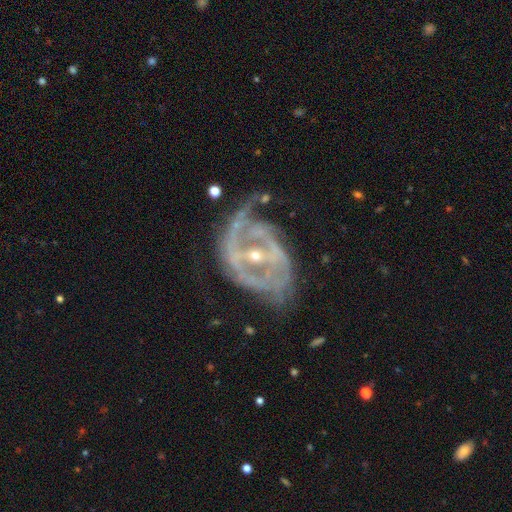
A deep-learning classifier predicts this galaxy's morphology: Smooth or featured? Predicted: featured or disk (p=0.89). Edge-on disk? Predicted: no (p=0.96). Bar? Predicted: strong (p=0.57). Spiral arms? Predicted: yes (p=0.90). Spiral winding? Predicted: medium (p=0.45). Spiral arm count? Predicted: 2 (p=0.56). Bulge size? Predicted: small (p=0.74). Merging? Predicted: none (p=0.44).